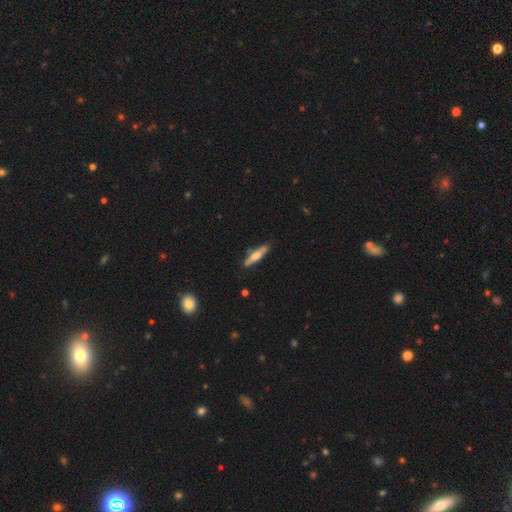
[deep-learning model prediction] smooth_or_featured: featured or disk (p=0.48) [alt: smooth p=0.46]
merging: none (p=0.83) [alt: minor disturbance p=0.13]